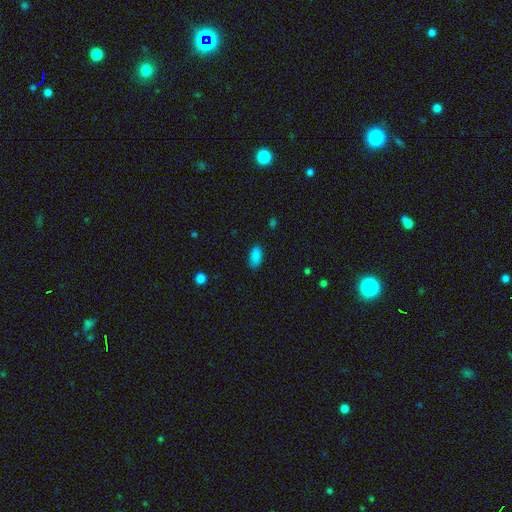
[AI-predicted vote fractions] The model was most divided on "merging": none: 83%, minor disturbance: 13%, major disturbance: 3%, merger: 1%. More confident: how rounded — in between (91%); smooth or featured — smooth (87%).